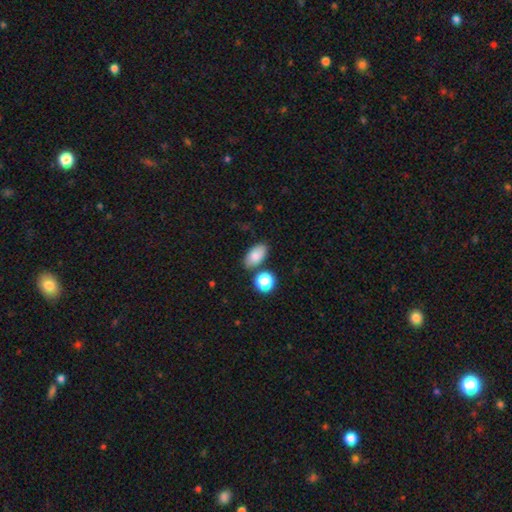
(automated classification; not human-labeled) smooth 81%, featured or disk 10%, star or artifact 9%. Down the decision tree: how rounded — in between (90%); merging — none (76%).